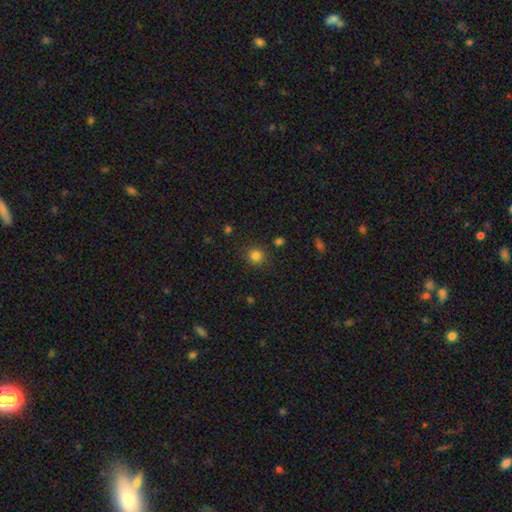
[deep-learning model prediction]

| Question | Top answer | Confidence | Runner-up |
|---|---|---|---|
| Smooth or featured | smooth | 82% | star or artifact (13%) |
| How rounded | round | 91% | in between (8%) |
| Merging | none | 87% | minor disturbance (8%) |